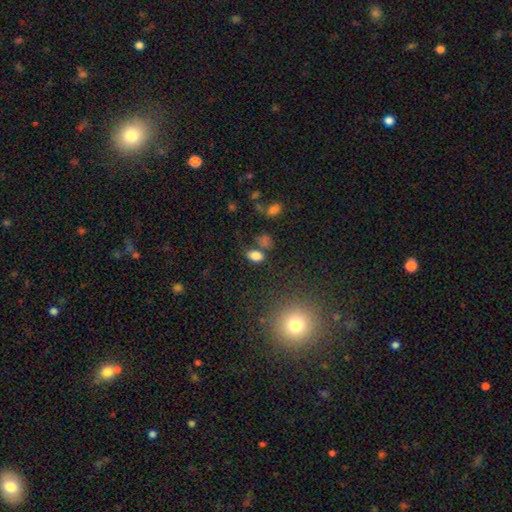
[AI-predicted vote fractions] smooth 79%, star or artifact 13%, featured or disk 8%. Down the decision tree: how rounded — in between (85%); merging — none (55%).